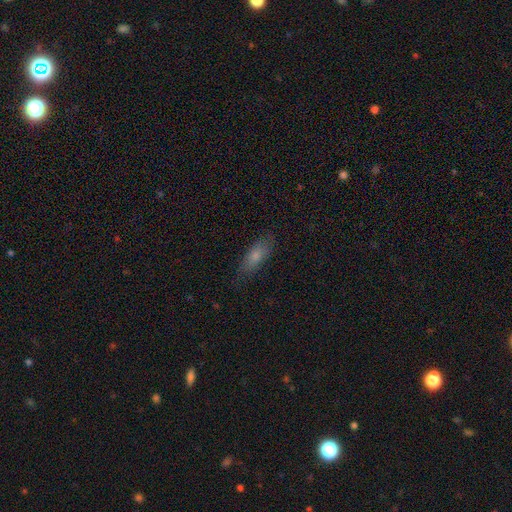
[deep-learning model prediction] Smooth or featured? smooth (73%)
How rounded? in between (64%)
Merging? none (77%)